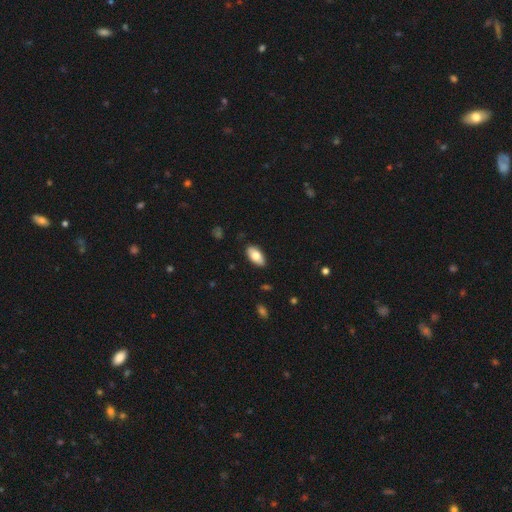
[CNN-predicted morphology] The model was most divided on "smooth or featured": smooth: 75%, featured or disk: 19%, star or artifact: 6%. More confident: how rounded — in between (93%); merging — none (87%).